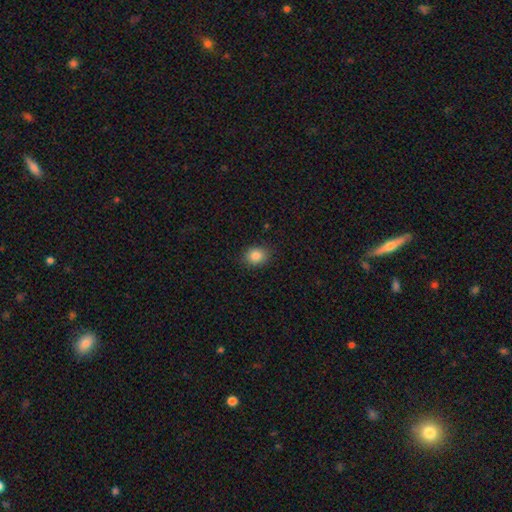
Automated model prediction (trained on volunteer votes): smooth-or-featured: smooth: 85% | star or artifact: 10% | featured or disk: 5%
  how-rounded: round: 59% | in between: 40% | cigar-shaped: 1%
  merging: none: 87% | minor disturbance: 9% | major disturbance: 2% | merger: 1%